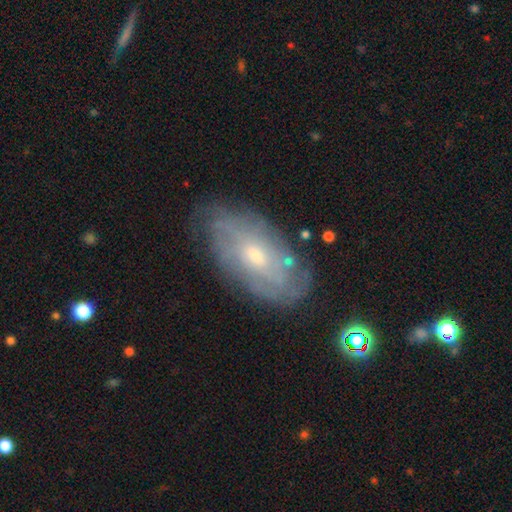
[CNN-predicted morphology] type=featured or disk (67%); edge-on=no (90%); bar=no (70%); spiral arms=yes (76%); bulge=moderate (49%); merging=none (75%).